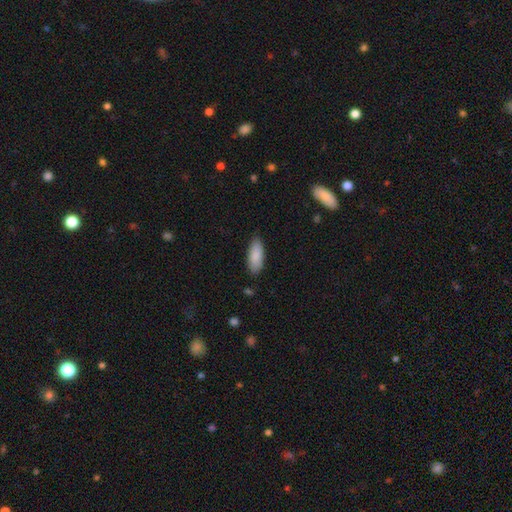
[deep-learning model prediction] A smooth galaxy with no disk features (88%) that is in between round and cigar-shaped (80%). Merging: none (84%).